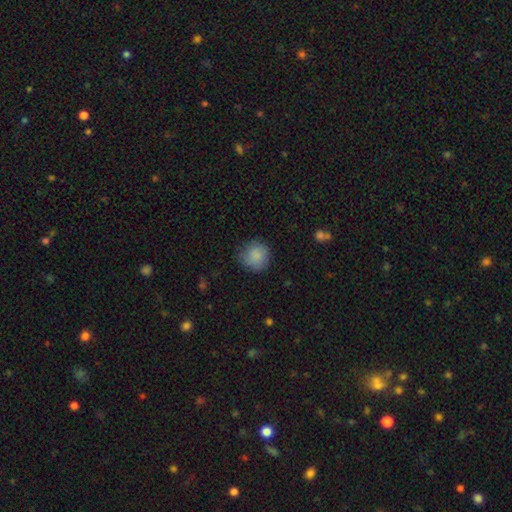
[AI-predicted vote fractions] Q: Smooth or featured?
A: smooth (86%); runner-up: star or artifact (8%)
Q: How rounded?
A: round (91%); runner-up: in between (8%)
Q: Merging?
A: none (77%); runner-up: minor disturbance (17%)